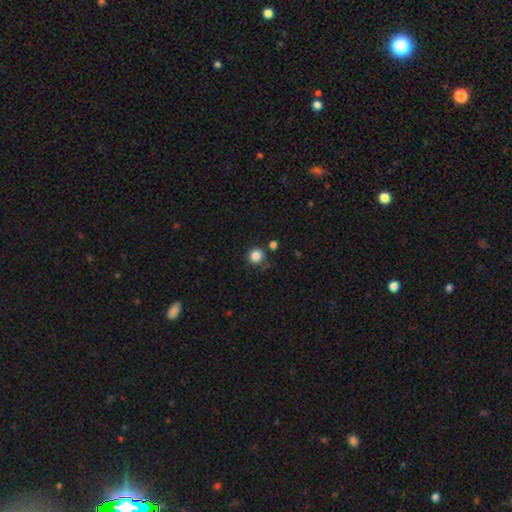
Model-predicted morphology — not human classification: Smooth or featured?
  - smooth: 85% *
  - star or artifact: 11%
  - featured or disk: 4%
How rounded?
  - round: 94% *
  - in between: 5%
  - cigar-shaped: 1%
Merging?
  - none: 81% *
  - minor disturbance: 10%
  - merger: 6%
  - major disturbance: 3%